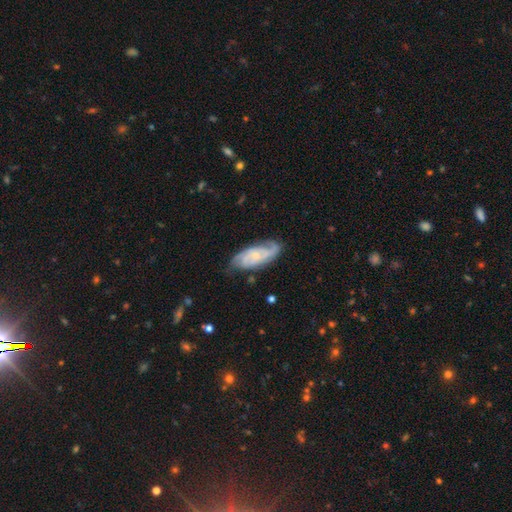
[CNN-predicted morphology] Smooth or featured?
  - featured or disk: 78% *
  - smooth: 16%
  - star or artifact: 6%
Edge-on disk?
  - no: 93% *
  - yes: 7%
Bar?
  - no: 63% *
  - weak: 30%
  - strong: 7%
Spiral arms?
  - yes: 95% *
  - no: 5%
Spiral winding?
  - tight: 47% *
  - medium: 41%
  - loose: 12%
Spiral arm count?
  - 2: 46% *
  - 3: 21%
  - can't tell: 21%
  - 4: 5%
  - 1: 4%
  - more than 4: 3%
Bulge size?
  - small: 69% *
  - moderate: 22%
  - none: 7%
  - large: 1%
  - dominant: 1%
Merging?
  - none: 72% *
  - minor disturbance: 21%
  - major disturbance: 6%
  - merger: 2%